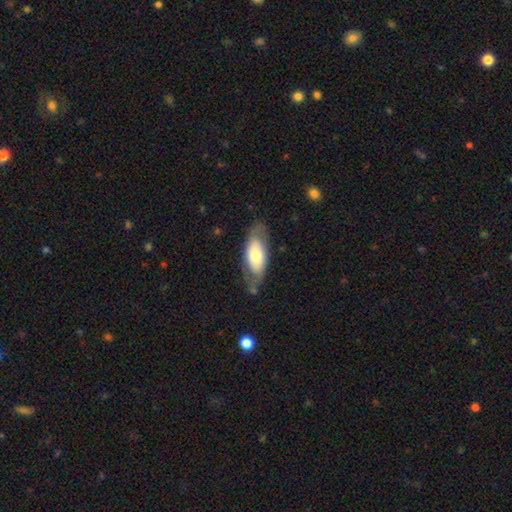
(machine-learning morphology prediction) A smooth galaxy with no disk features (55%) that is in between round and cigar-shaped (83%). Merging: none (69%).